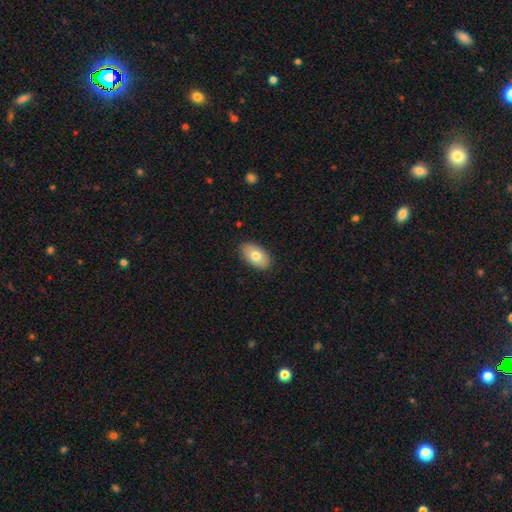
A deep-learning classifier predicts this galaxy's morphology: type=smooth (77%); roundness=in between (94%); merging=none (88%).